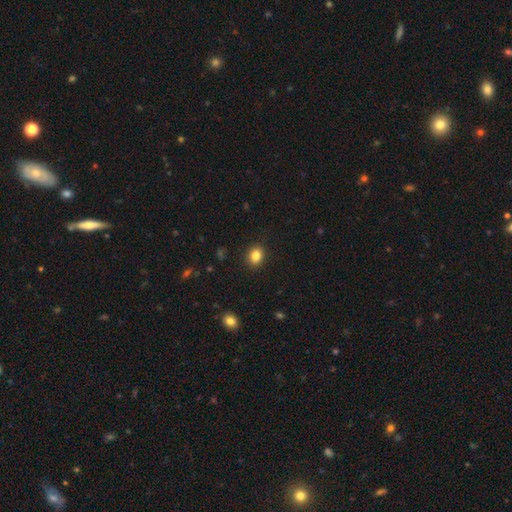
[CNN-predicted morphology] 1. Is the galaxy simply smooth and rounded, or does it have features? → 85% smooth, 10% star or artifact, 5% featured or disk.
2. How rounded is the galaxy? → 50% round, 49% in between, 1% cigar-shaped.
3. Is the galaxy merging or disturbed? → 89% none, 7% minor disturbance, 2% major disturbance, 1% merger.